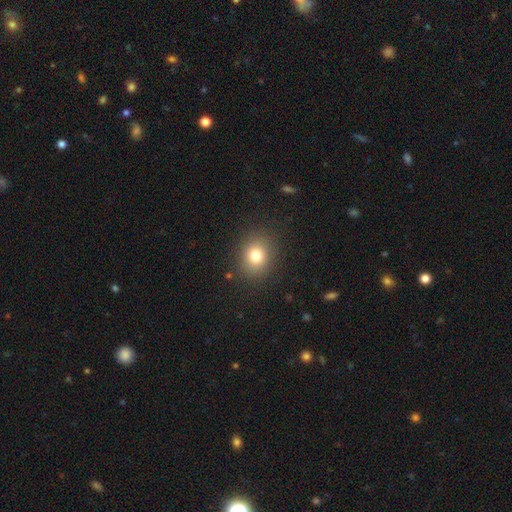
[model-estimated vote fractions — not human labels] A smooth galaxy with no disk features (79%) that is round (67%). Merging: none (87%).